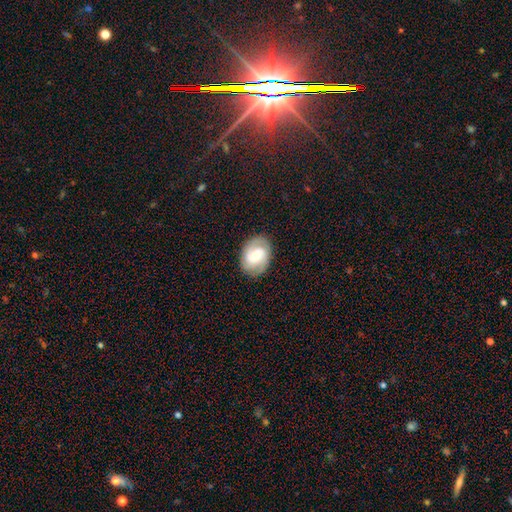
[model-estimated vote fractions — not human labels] This appears to be a featured or disk galaxy (67%) with a weak bar (46%), 2 (71%) medium (43%, tied with tight) spiral arms (92%) and a moderate central bulge (43%). Merging: none (83%).